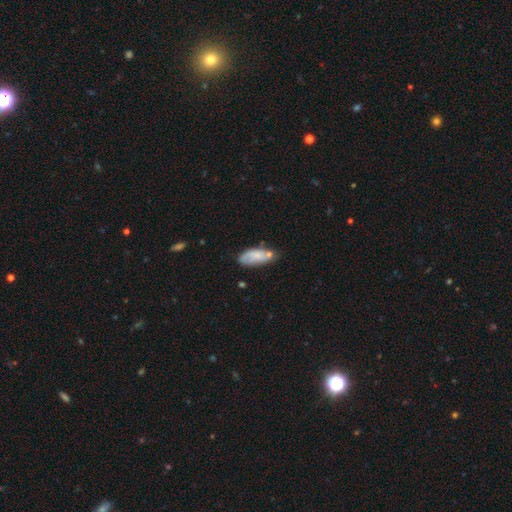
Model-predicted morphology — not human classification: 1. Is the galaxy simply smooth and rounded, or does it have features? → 66% smooth, 26% featured or disk, 7% star or artifact.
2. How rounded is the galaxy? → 83% in between, 14% cigar-shaped, 3% round.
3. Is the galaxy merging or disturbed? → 47% none, 28% minor disturbance, 14% merger, 10% major disturbance.